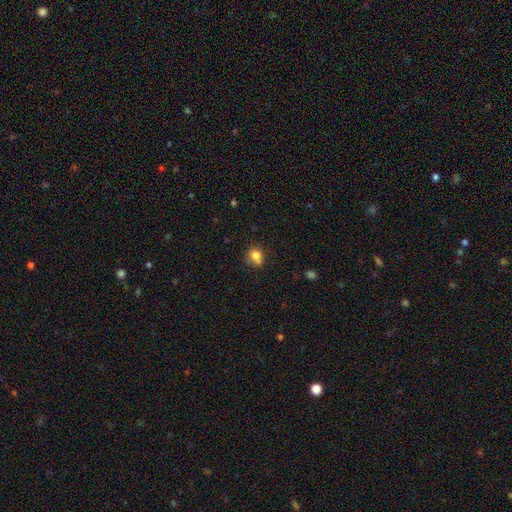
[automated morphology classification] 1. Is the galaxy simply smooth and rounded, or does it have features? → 78% smooth, 12% star or artifact, 10% featured or disk.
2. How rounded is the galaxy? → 70% round, 29% in between, 1% cigar-shaped.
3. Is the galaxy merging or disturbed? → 51% none, 24% minor disturbance, 17% merger, 8% major disturbance.